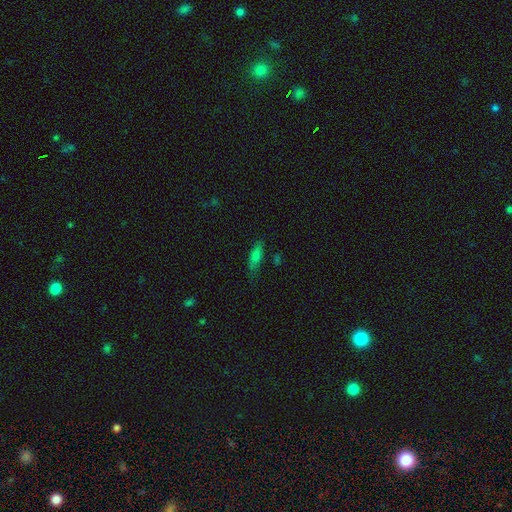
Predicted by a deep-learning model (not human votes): Smooth or featured? smooth (72%)
How rounded? in between (53%)
Merging? none (73%)